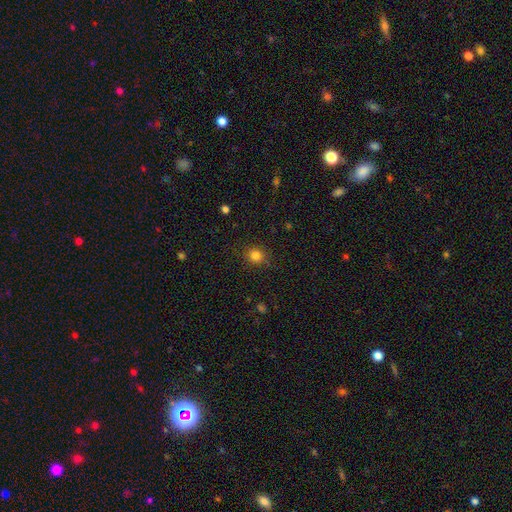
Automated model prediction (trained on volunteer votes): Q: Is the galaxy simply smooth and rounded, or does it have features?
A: smooth — 83%.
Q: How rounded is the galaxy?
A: round — 86%.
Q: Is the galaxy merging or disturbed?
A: none — 87%.